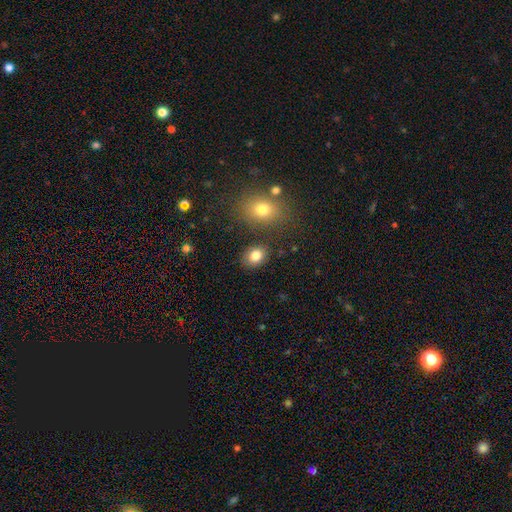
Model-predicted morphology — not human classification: The model was most divided on "how rounded": in between: 60%, round: 39%, cigar-shaped: 1%. More confident: smooth or featured — smooth (82%); merging — none (82%).